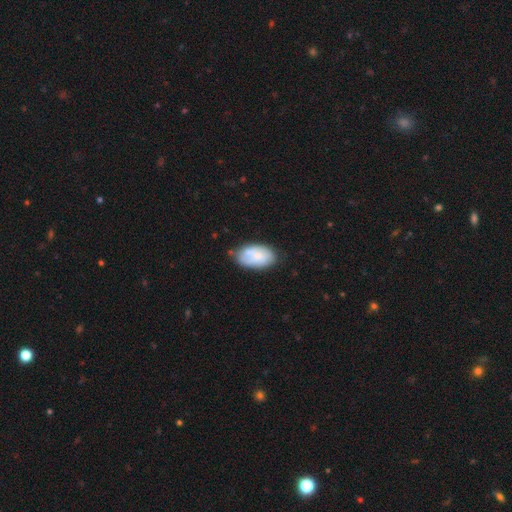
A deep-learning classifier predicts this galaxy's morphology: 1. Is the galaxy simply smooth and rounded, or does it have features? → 65% smooth, 28% featured or disk, 7% star or artifact.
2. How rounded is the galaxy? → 94% in between, 5% round, 1% cigar-shaped.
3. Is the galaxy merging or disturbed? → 61% none, 24% minor disturbance, 8% merger, 6% major disturbance.